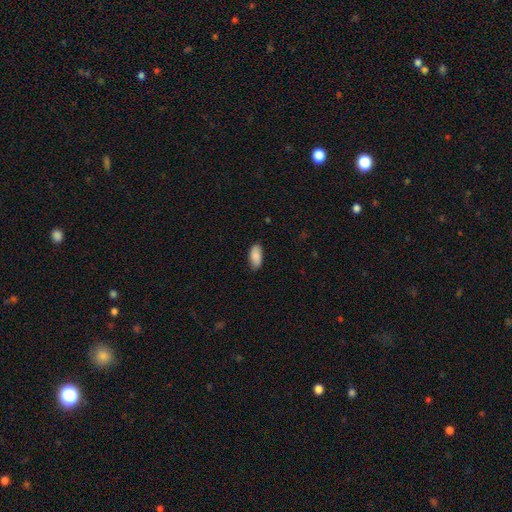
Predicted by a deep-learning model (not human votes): A smooth galaxy with no disk features (89%) that is in between round and cigar-shaped (92%). Merging: none (85%).